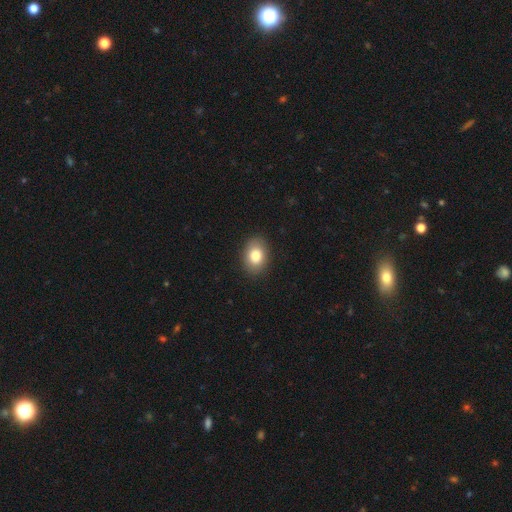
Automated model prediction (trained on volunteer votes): smooth_or_featured: smooth (p=0.82) [alt: featured or disk p=0.10]
how_rounded: in between (p=0.73) [alt: round p=0.26]
merging: none (p=0.88) [alt: minor disturbance p=0.09]